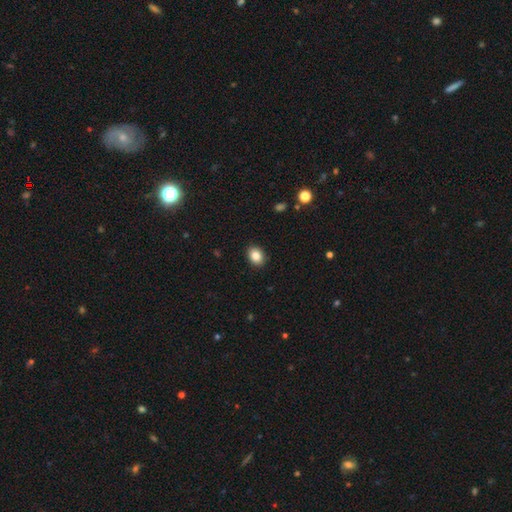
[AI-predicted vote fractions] Overall: smooth (86%). How rounded: in between (61%; round 38%). Merging: none (90%).